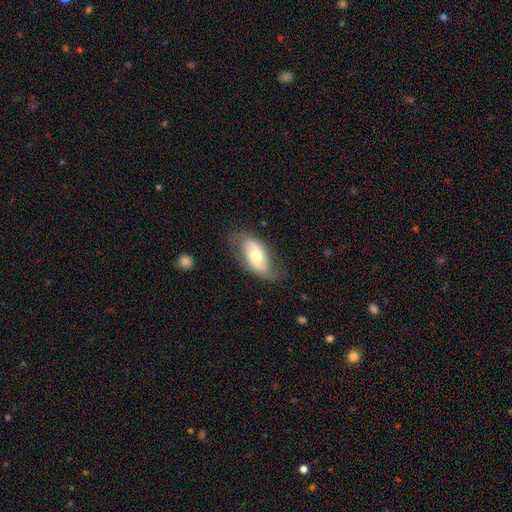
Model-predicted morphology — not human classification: The model was most divided on "smooth or featured": featured or disk: 54%, smooth: 40%, star or artifact: 6%. More confident: edge-on disk — no (90%); merging — none (67%).